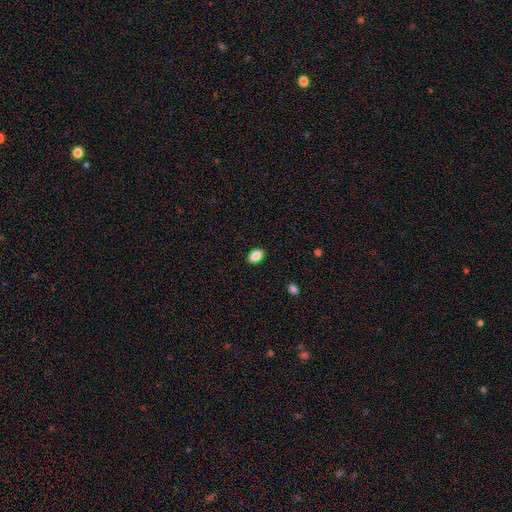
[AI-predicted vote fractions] smooth-or-featured: smooth: 88% | star or artifact: 8% | featured or disk: 4%
  how-rounded: in between: 88% | round: 11% | cigar-shaped: 2%
  merging: none: 89% | minor disturbance: 8% | major disturbance: 2% | merger: 1%